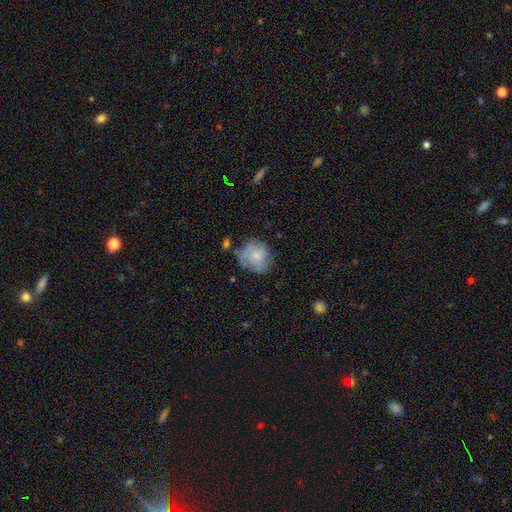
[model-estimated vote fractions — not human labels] Smooth or featured?
  - smooth: 54% *
  - featured or disk: 38%
  - star or artifact: 8%
How rounded?
  - round: 79% *
  - in between: 20%
  - cigar-shaped: 1%
Merging?
  - none: 59% *
  - minor disturbance: 26%
  - major disturbance: 11%
  - merger: 3%